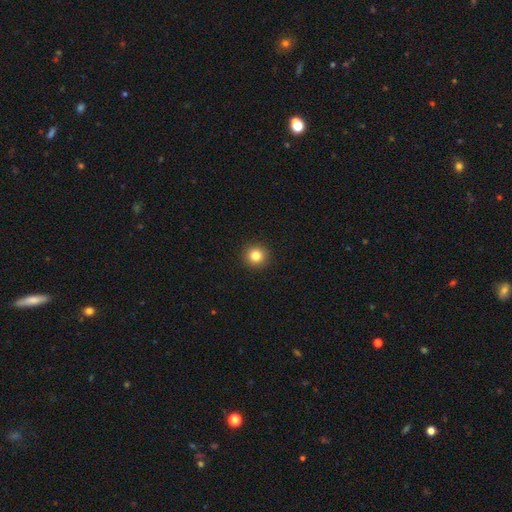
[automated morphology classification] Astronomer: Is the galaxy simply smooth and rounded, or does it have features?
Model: smooth — 83%.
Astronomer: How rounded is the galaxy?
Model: round — 95%.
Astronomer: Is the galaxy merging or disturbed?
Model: none — 93%.